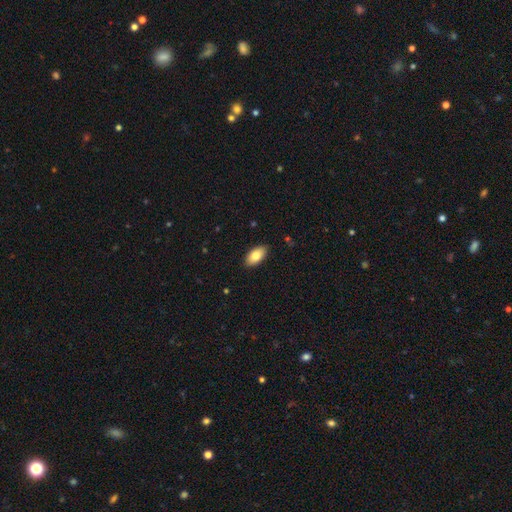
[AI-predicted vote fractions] smooth_or_featured: smooth (p=0.81) [alt: featured or disk p=0.13]
how_rounded: in between (p=0.93) [alt: cigar-shaped p=0.04]
merging: none (p=0.89) [alt: minor disturbance p=0.08]